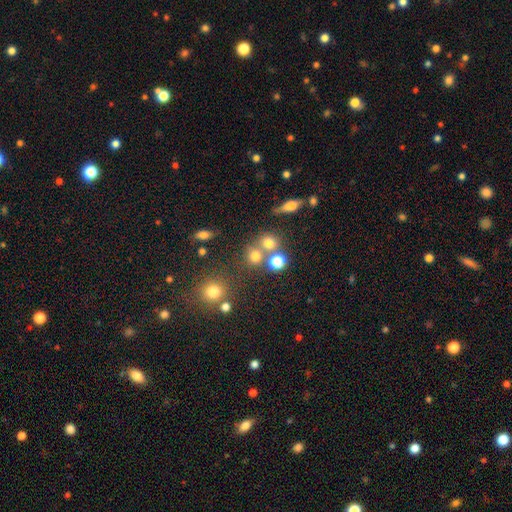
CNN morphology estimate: smooth-or-featured: smooth: 66% | star or artifact: 21% | featured or disk: 13%
  how-rounded: round: 84% | in between: 14% | cigar-shaped: 1%
  merging: none: 59% | merger: 28% | minor disturbance: 9% | major disturbance: 4%